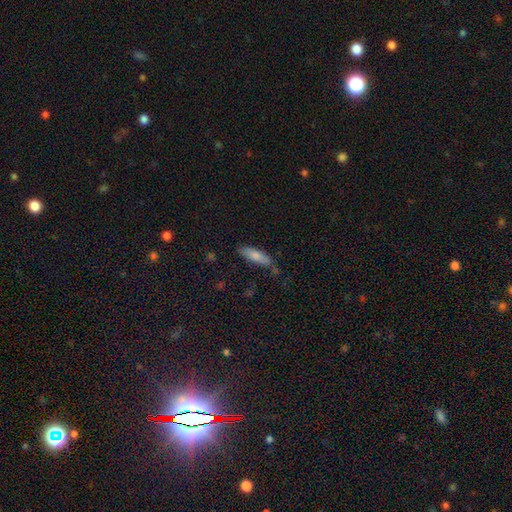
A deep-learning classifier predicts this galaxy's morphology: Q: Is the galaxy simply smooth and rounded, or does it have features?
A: smooth — 77%.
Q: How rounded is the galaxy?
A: cigar-shaped — 54%.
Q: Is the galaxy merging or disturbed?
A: none — 67%.